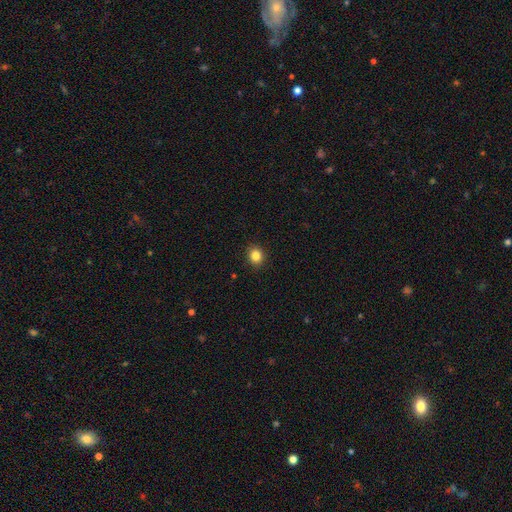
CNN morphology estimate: A smooth galaxy with no disk features (84%) that is round (75%). Merging: none (91%).